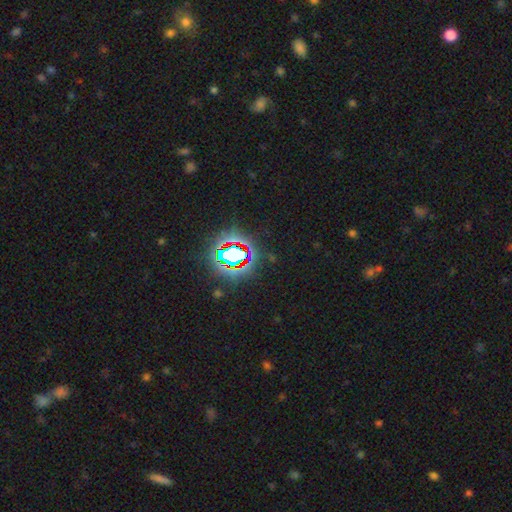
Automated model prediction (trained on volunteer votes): Morphology: type=star or artifact (78%).